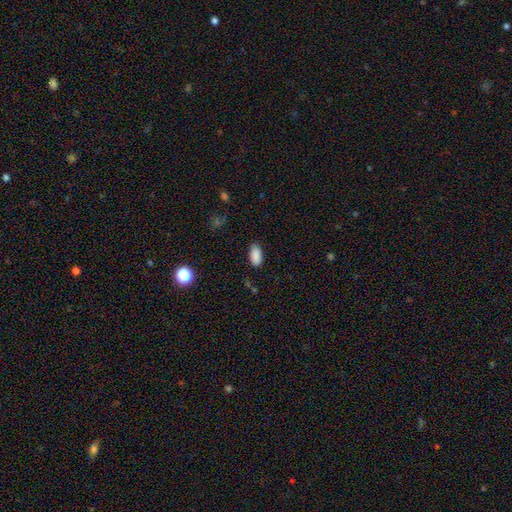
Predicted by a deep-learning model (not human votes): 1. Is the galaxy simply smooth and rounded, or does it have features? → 88% smooth, 8% star or artifact, 4% featured or disk.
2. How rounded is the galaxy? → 91% in between, 6% cigar-shaped, 3% round.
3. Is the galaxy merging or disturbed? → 84% none, 12% minor disturbance, 3% major disturbance, 1% merger.